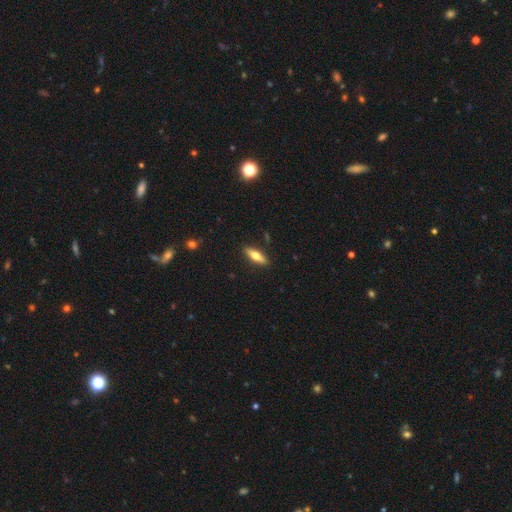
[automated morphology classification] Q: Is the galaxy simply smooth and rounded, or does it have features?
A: smooth — 56%.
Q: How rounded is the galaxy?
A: cigar-shaped — 54%.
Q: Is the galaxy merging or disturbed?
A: none — 89%.